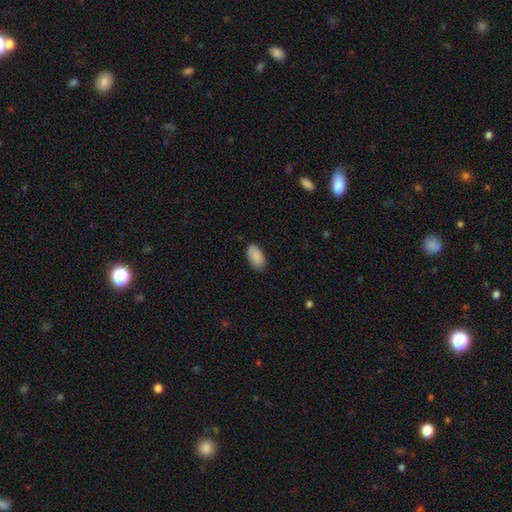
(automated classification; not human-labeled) This appears to be a smooth galaxy with no disk features (88%) that is in between round and cigar-shaped (95%). Merging: none (84%).